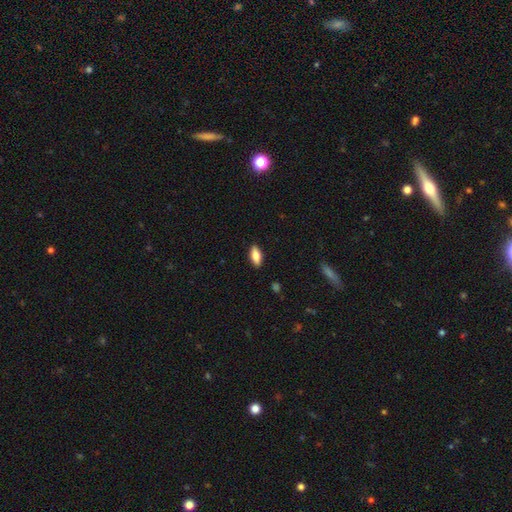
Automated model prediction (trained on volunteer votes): The model was most divided on "smooth or featured": smooth: 77%, featured or disk: 17%, star or artifact: 6%. More confident: merging — none (89%); how rounded — in between (80%).